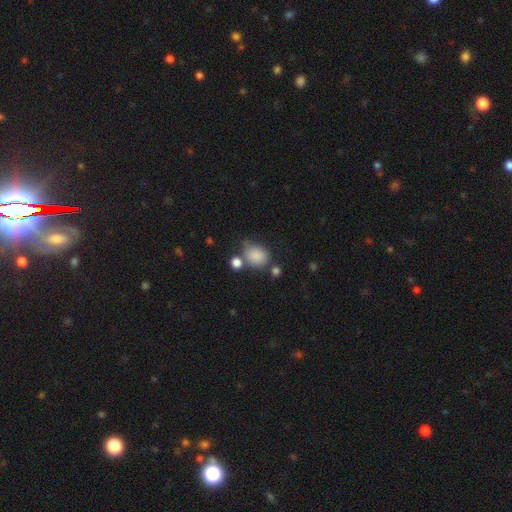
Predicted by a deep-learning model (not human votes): Q: Smooth or featured?
A: smooth (84%); runner-up: star or artifact (10%)
Q: How rounded?
A: round (54%); runner-up: in between (45%)
Q: Merging?
A: none (54%); runner-up: minor disturbance (20%)